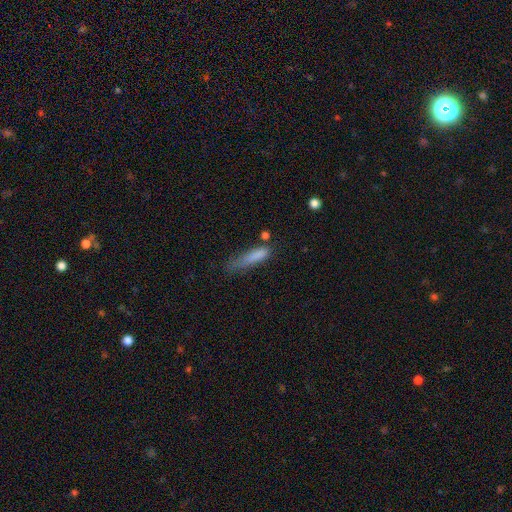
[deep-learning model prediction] smooth 79%, featured or disk 12%, star or artifact 9%. Down the decision tree: how rounded — cigar-shaped (71%); merging — none (36%).